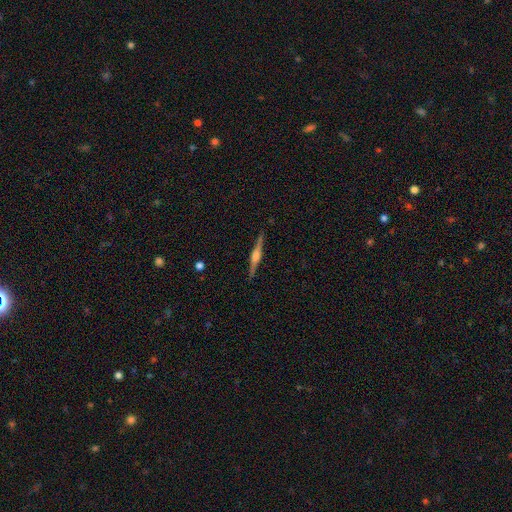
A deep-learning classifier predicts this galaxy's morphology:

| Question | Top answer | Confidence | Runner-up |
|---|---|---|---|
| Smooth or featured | featured or disk | 81% | smooth (13%) |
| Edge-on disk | yes | 98% | no (2%) |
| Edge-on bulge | rounded | 74% | boxy (22%) |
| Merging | none | 90% | minor disturbance (7%) |